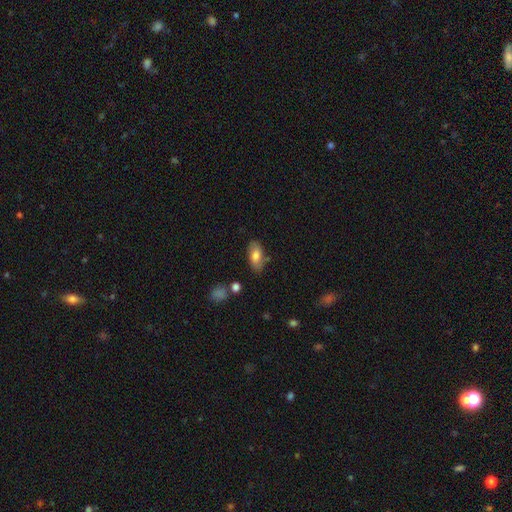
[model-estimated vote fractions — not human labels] A smooth galaxy with no disk features (75%) that is in between round and cigar-shaped (91%).

Vote fractions:
- Smooth or featured? smooth: 75% / featured or disk: 18% / star or artifact: 7%
- How rounded? in between: 91% / cigar-shaped: 5% / round: 4%
- Merging? none: 76% / minor disturbance: 17% / merger: 4% / major disturbance: 4%